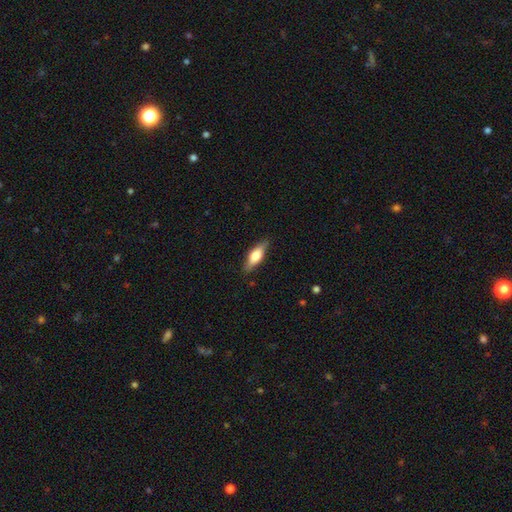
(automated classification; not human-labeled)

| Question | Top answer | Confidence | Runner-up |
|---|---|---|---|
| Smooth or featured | smooth | 61% | featured or disk (33%) |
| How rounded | in between | 58% | cigar-shaped (39%) |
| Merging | none | 83% | minor disturbance (13%) |